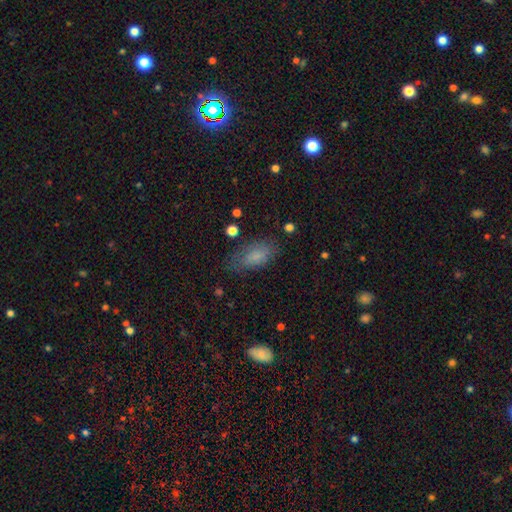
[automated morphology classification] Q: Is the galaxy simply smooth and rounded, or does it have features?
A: smooth — 76%.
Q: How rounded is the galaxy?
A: in between — 88%.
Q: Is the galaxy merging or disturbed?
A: none — 67%.